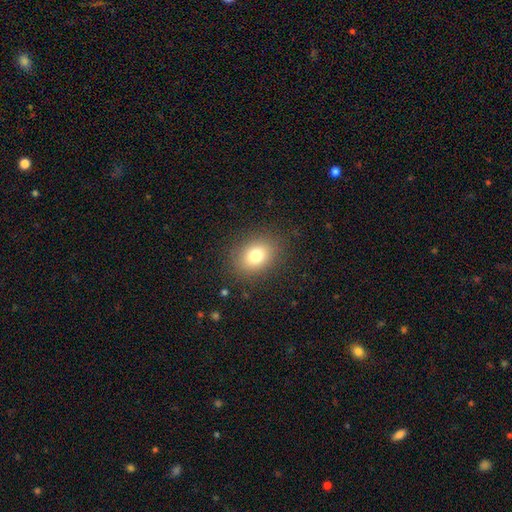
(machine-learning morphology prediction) Smooth or featured? smooth (78%)
How rounded? in between (56%)
Merging? none (86%)